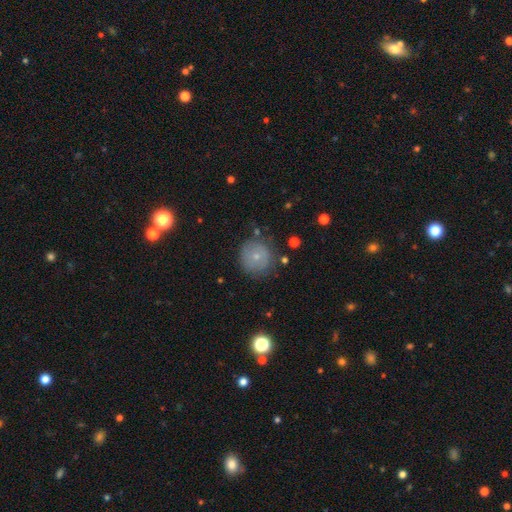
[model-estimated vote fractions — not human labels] Overall: smooth (60%; featured or disk 28%). How rounded: round (93%). Merging: none (79%).